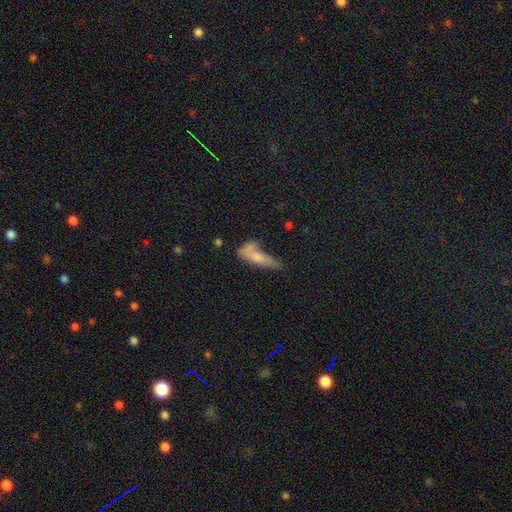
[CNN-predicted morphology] smooth 63%, featured or disk 26%, star or artifact 10%. Down the decision tree: how rounded — cigar-shaped (54%); merging — none (32%).